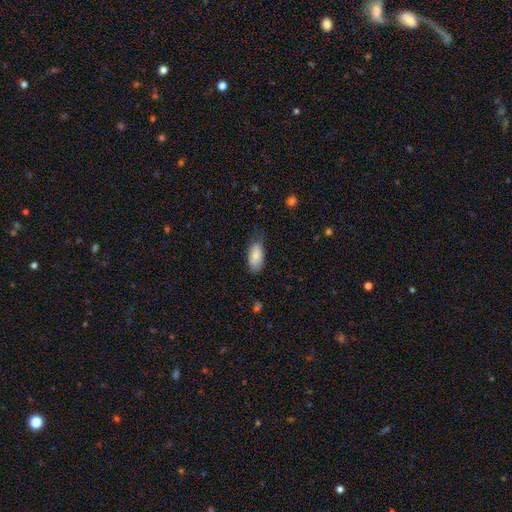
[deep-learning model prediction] Smooth or featured? smooth (82%)
How rounded? in between (92%)
Merging? none (65%)